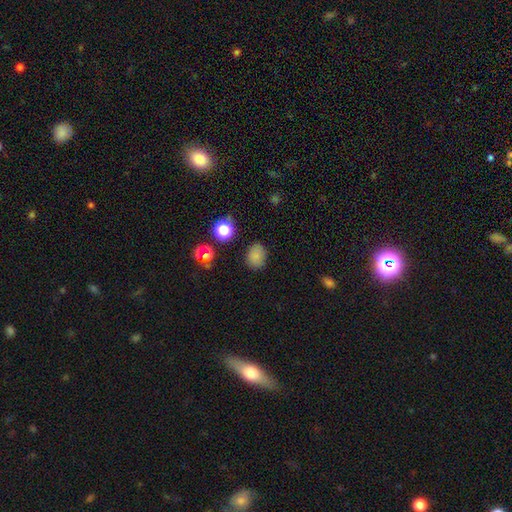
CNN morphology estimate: smooth_or_featured: smooth (p=0.78) [alt: star or artifact p=0.17]
how_rounded: in between (p=0.55) [alt: round p=0.44]
merging: none (p=0.79) [alt: minor disturbance p=0.14]